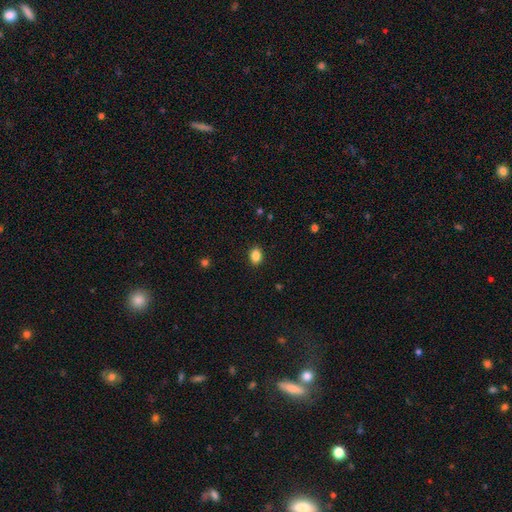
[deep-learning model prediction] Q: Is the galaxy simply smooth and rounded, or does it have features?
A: smooth — 87%.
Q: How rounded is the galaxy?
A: in between — 74%.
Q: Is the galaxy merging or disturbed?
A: none — 89%.